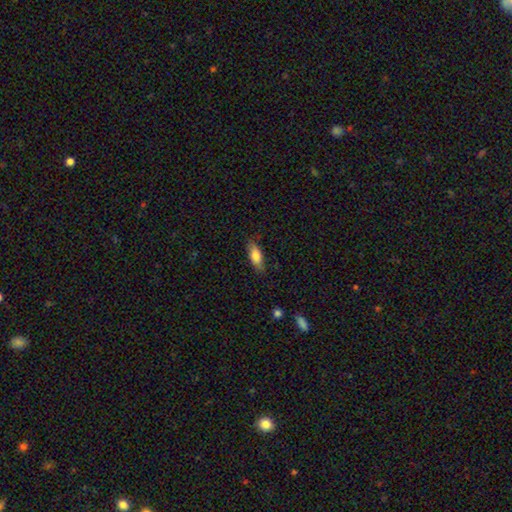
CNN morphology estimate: Q: Smooth or featured?
A: smooth (77%); runner-up: featured or disk (17%)
Q: How rounded?
A: in between (71%); runner-up: cigar-shaped (27%)
Q: Merging?
A: none (81%); runner-up: minor disturbance (15%)